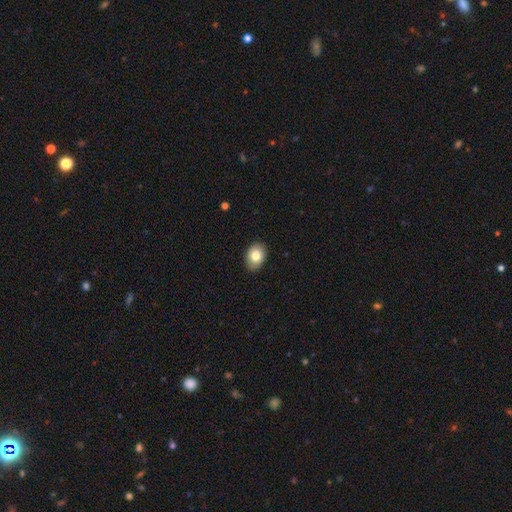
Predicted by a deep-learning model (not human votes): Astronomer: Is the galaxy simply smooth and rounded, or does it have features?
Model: smooth — 81%.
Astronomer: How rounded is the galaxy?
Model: in between — 76%.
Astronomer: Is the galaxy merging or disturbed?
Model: none — 89%.